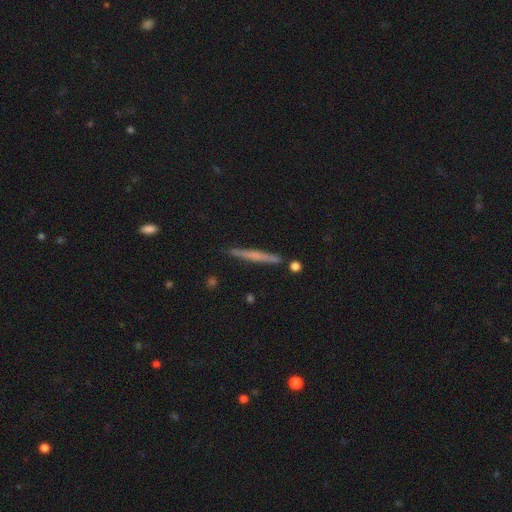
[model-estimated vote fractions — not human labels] Morphology: type=smooth (48%); merging=none (88%).